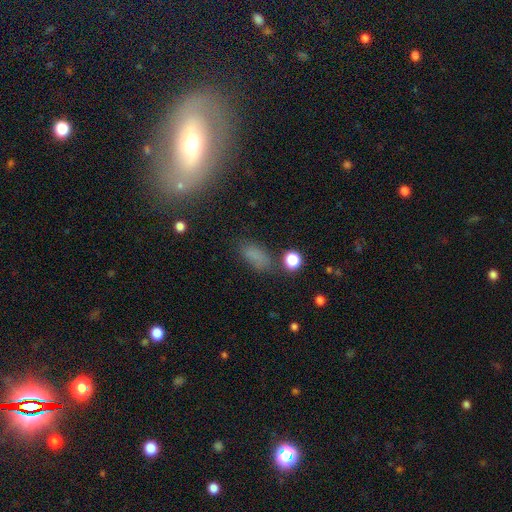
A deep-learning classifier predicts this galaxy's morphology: A smooth galaxy with no disk features (73%) that is in between round and cigar-shaped (83%).

Vote fractions:
- Smooth or featured? smooth: 73% / star or artifact: 19% / featured or disk: 8%
- How rounded? in between: 83% / cigar-shaped: 9% / round: 8%
- Merging? none: 70% / minor disturbance: 18% / major disturbance: 8% / merger: 5%